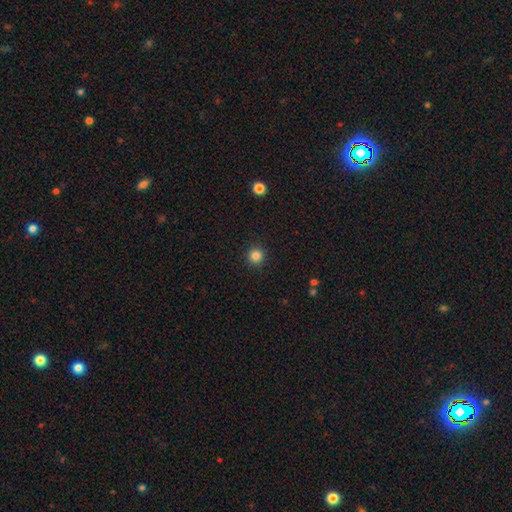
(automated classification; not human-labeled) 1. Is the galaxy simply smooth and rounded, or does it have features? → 85% smooth, 11% star or artifact, 4% featured or disk.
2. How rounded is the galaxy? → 94% round, 5% in between, 1% cigar-shaped.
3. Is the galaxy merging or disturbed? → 91% none, 6% minor disturbance, 2% major disturbance, 1% merger.